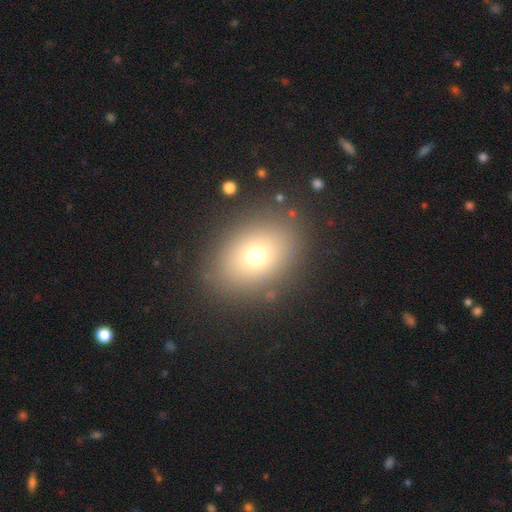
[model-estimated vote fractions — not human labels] Q: Smooth or featured?
A: smooth (70%); runner-up: star or artifact (15%)
Q: How rounded?
A: in between (67%); runner-up: round (32%)
Q: Merging?
A: none (86%); runner-up: minor disturbance (8%)